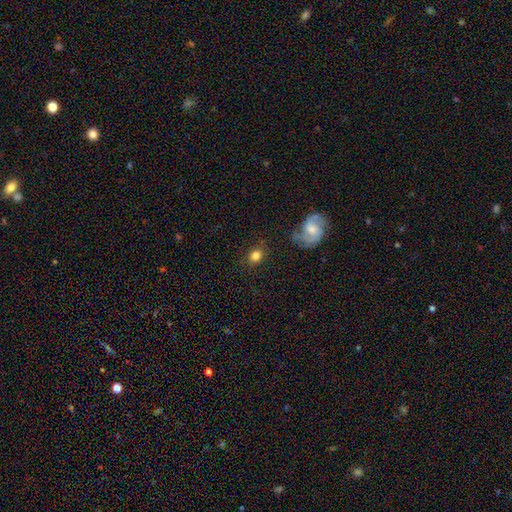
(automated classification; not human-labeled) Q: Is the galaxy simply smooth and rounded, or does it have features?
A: smooth — 79%.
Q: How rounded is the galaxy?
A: round — 58%.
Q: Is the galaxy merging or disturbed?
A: none — 78%.